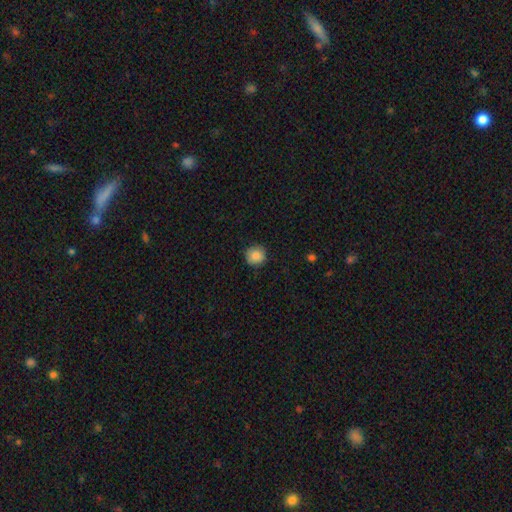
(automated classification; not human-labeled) Smooth or featured: smooth — 83% (star or artifact — 9%)
How rounded: round — 94% (in between — 5%)
Merging: none — 88% (minor disturbance — 9%)